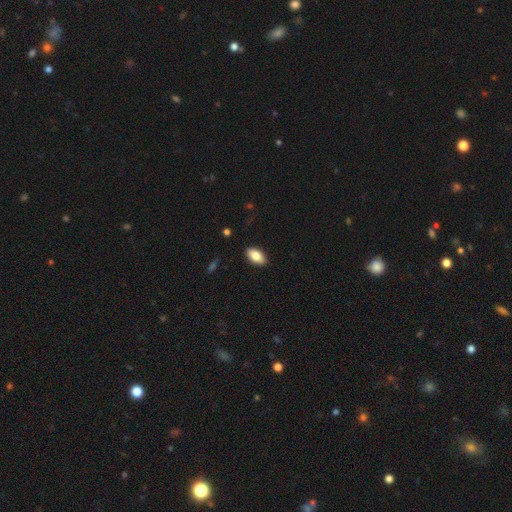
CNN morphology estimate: The model was most divided on "smooth or featured": smooth: 84%, featured or disk: 9%, star or artifact: 7%. More confident: how rounded — in between (93%); merging — none (88%).